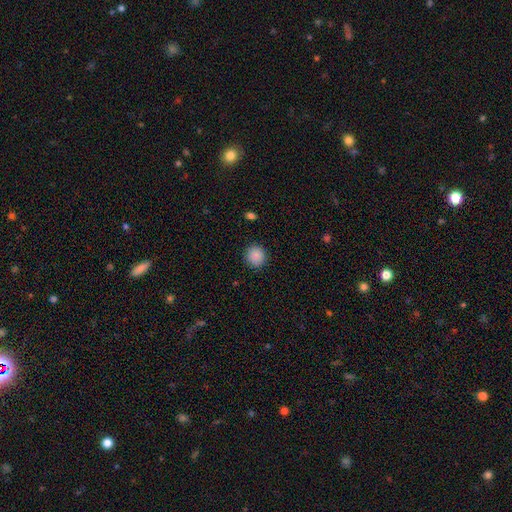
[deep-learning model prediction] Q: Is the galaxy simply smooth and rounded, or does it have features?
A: smooth — 88%.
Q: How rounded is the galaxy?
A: round — 93%.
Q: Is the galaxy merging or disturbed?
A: none — 91%.